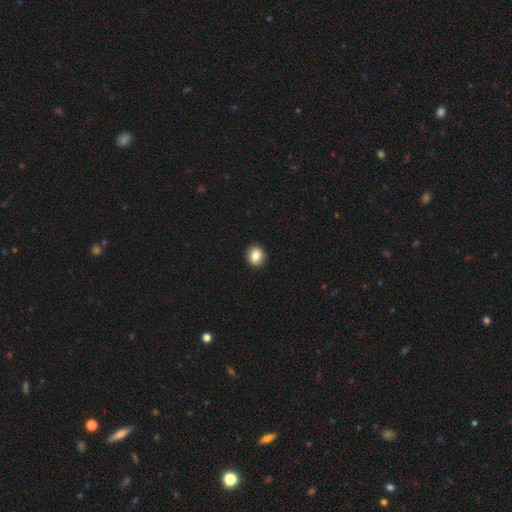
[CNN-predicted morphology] smooth 83%, star or artifact 10%, featured or disk 7%. Down the decision tree: how rounded — round (85%); merging — none (93%).